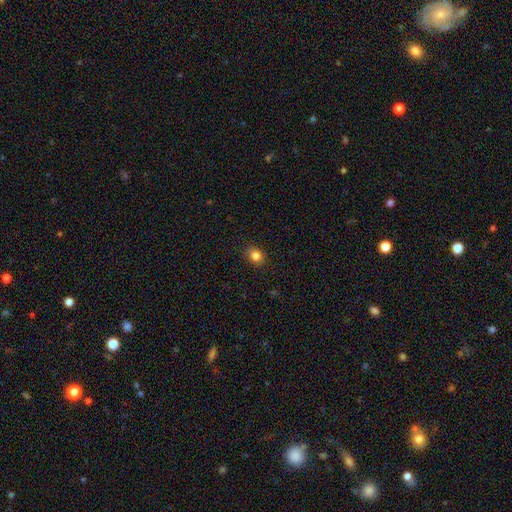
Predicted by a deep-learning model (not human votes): Smooth or featured? smooth (83%)
How rounded? round (56%)
Merging? none (88%)